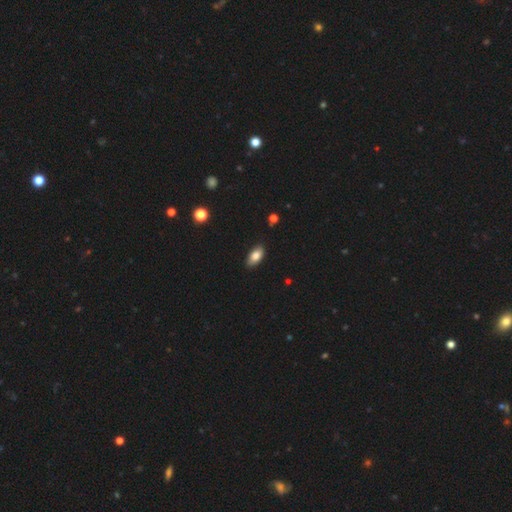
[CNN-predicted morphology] Overall: smooth (82%). How rounded: in between (92%). Merging: none (85%).